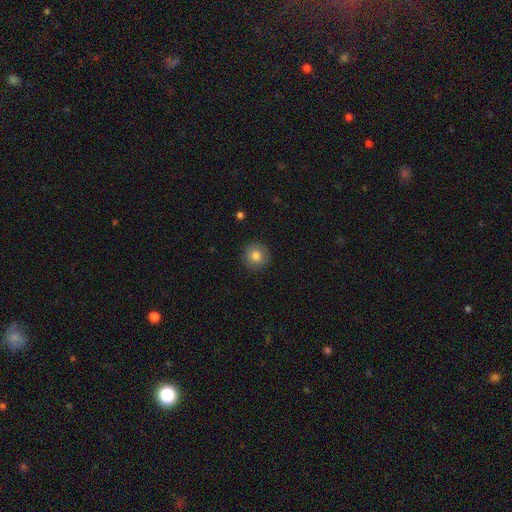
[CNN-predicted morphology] The model was most divided on "smooth or featured": smooth: 79%, featured or disk: 12%, star or artifact: 9%. More confident: how rounded — round (94%); merging — none (90%).